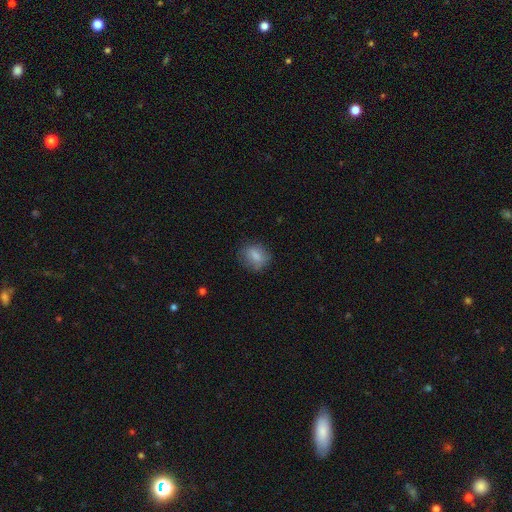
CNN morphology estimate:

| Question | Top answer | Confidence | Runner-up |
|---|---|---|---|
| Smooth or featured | smooth | 79% | featured or disk (13%) |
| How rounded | round | 55% | in between (43%) |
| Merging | none | 73% | minor disturbance (19%) |